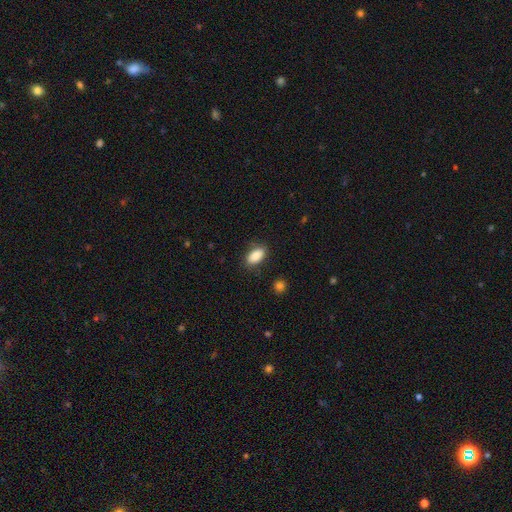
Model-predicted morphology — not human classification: A smooth galaxy with no disk features (86%) that is in between round and cigar-shaped (92%). Merging: none (81%).